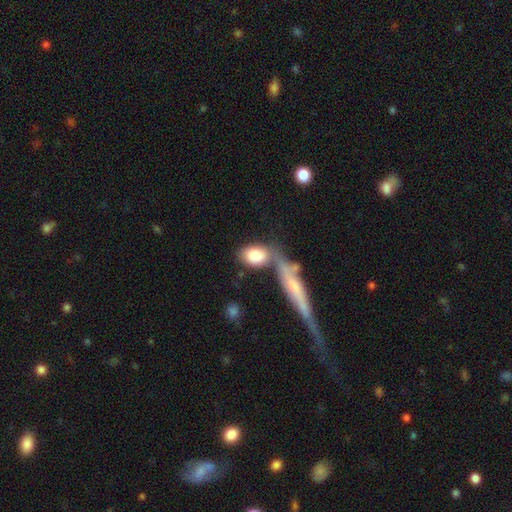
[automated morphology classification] The model was most divided on "merging": merger: 40%, none: 38%, minor disturbance: 14%, major disturbance: 8%. More confident: how rounded — in between (82%); smooth or featured — smooth (81%).